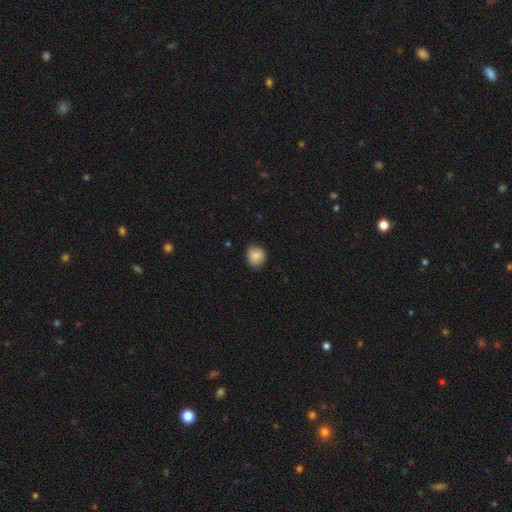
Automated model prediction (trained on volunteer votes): smooth-or-featured: smooth: 84% | star or artifact: 8% | featured or disk: 8%
  how-rounded: round: 79% | in between: 20% | cigar-shaped: 1%
  merging: none: 79% | minor disturbance: 17% | major disturbance: 3% | merger: 1%